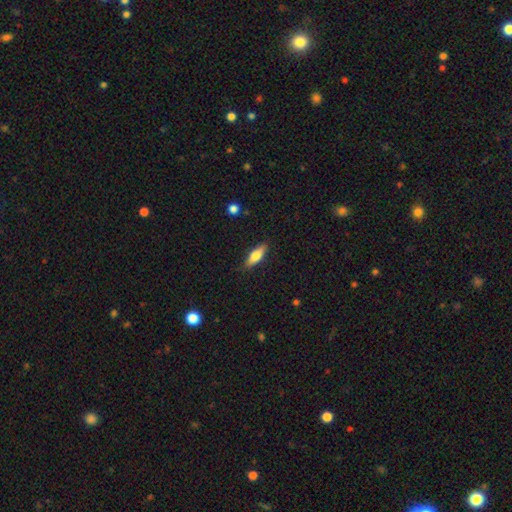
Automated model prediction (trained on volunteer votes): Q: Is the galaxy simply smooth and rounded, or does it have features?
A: smooth — 62%.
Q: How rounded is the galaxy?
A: in between — 53%.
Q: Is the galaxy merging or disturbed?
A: none — 83%.